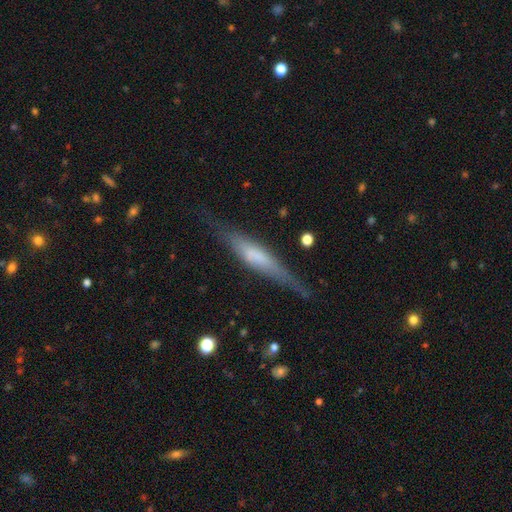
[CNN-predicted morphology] smooth_or_featured: featured or disk (p=0.57) [alt: smooth p=0.36]
disk_edge_on: yes (p=0.93) [alt: no p=0.07]
edge_on_bulge: boxy (p=0.37) [alt: rounded p=0.35]
merging: none (p=0.76) [alt: minor disturbance p=0.17]